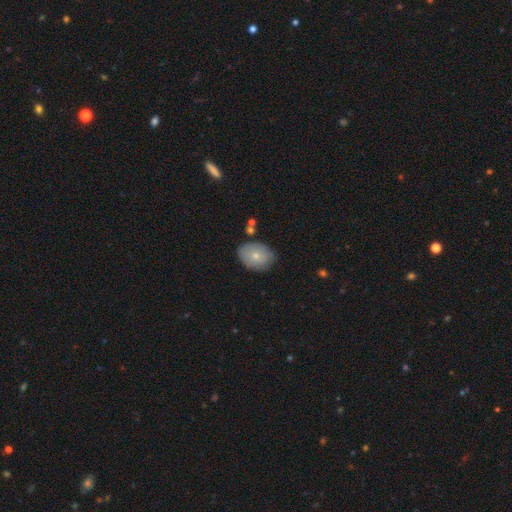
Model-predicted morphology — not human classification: The model was most divided on "how rounded": in between: 72%, round: 27%, cigar-shaped: 1%. More confident: merging — none (78%); smooth or featured — smooth (73%).